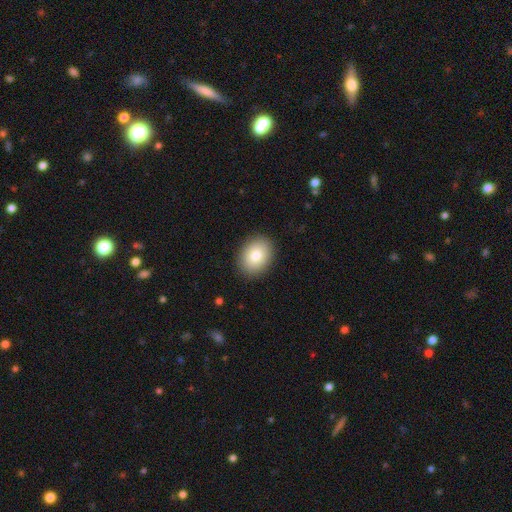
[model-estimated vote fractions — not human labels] The model was most divided on "how rounded": in between: 60%, round: 39%, cigar-shaped: 1%. More confident: merging — none (89%); smooth or featured — smooth (83%).